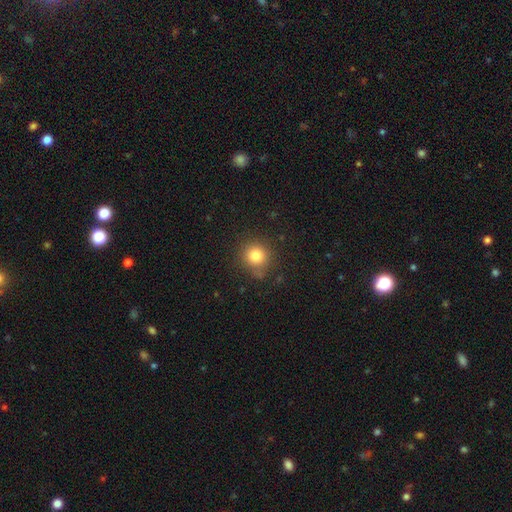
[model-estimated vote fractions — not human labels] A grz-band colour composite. It shows a smooth galaxy with no disk features (81%) that is round (91%). Merging: none (82%).